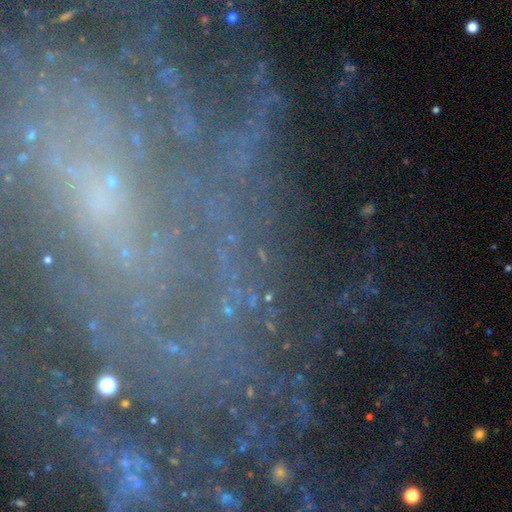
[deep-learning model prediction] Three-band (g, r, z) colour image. It shows a featured or disk galaxy (67%) with no bar (49%), tight (64%) spiral arms (89%) and a small central bulge (67%). Merging: none (67%).